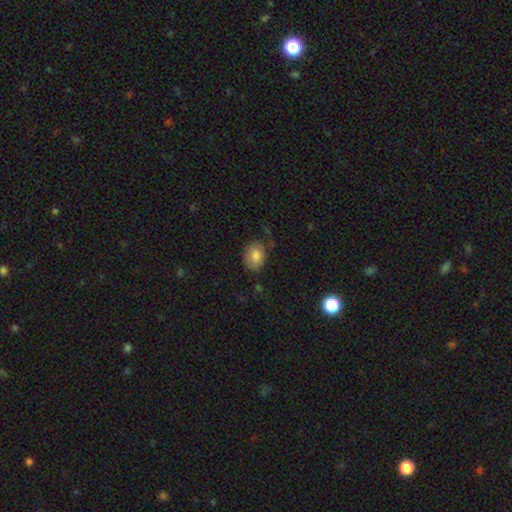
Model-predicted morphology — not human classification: Smooth or featured?
  - smooth: 81% *
  - featured or disk: 11%
  - star or artifact: 8%
How rounded?
  - in between: 66% *
  - round: 33%
  - cigar-shaped: 1%
Merging?
  - none: 70% *
  - minor disturbance: 22%
  - major disturbance: 6%
  - merger: 3%